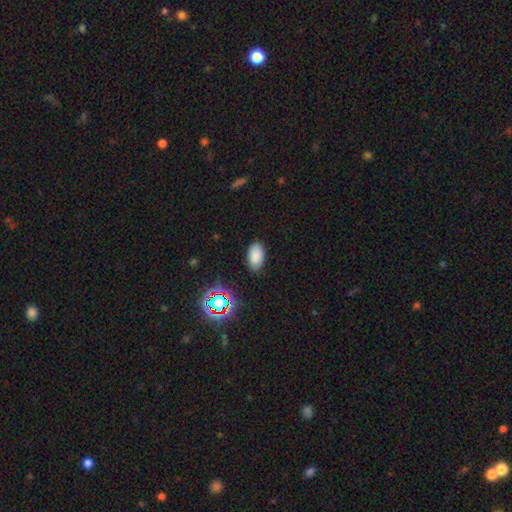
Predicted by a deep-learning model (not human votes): This appears to be a smooth galaxy with no disk features (83%) that is in between round and cigar-shaped (94%). Merging: none (85%).